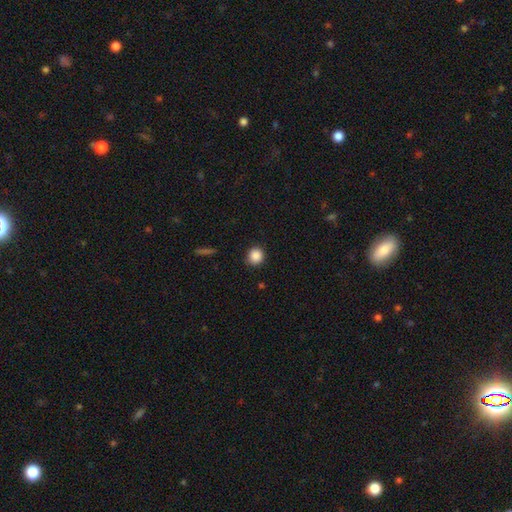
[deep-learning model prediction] A smooth galaxy with no disk features (88%) that is round (88%).

Vote fractions:
- Smooth or featured? smooth: 88% / star or artifact: 9% / featured or disk: 3%
- How rounded? round: 88% / in between: 10% / cigar-shaped: 1%
- Merging? none: 89% / minor disturbance: 8% / major disturbance: 2% / merger: 1%